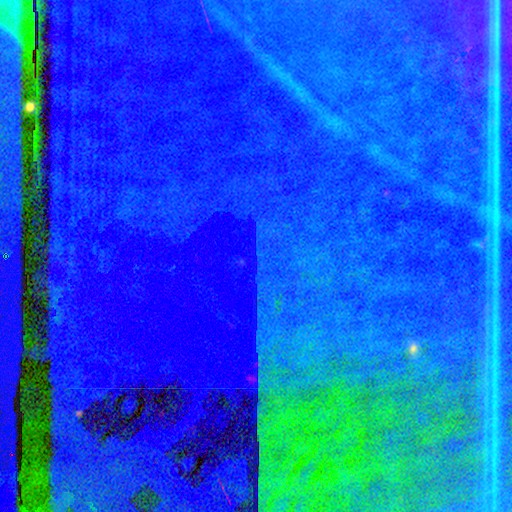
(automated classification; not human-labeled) Smooth or featured? star or artifact (87%)